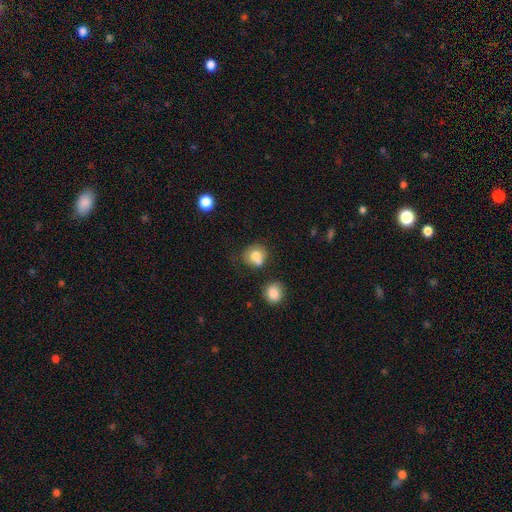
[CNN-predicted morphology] This is likely a smooth galaxy (78%). How rounded: likely round (76%). Merging: possibly none (53%).